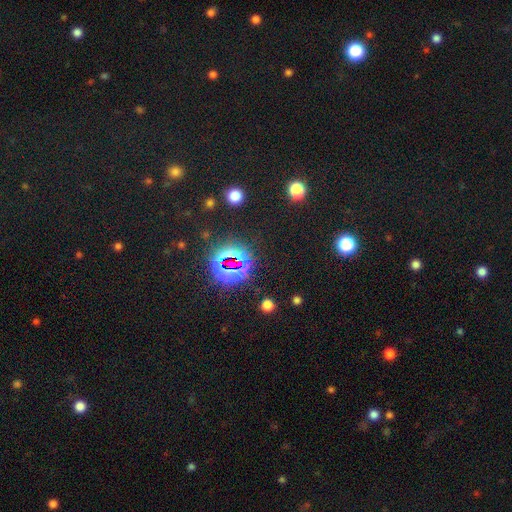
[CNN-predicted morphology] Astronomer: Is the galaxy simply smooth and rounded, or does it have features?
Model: star or artifact — 78%.